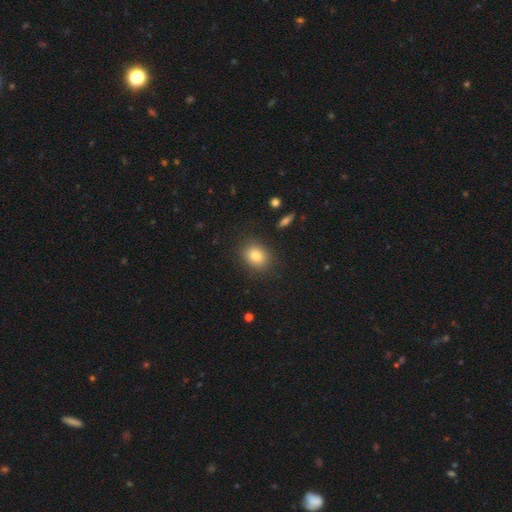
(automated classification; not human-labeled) Morphology: type=smooth (81%); roundness=round (55%); merging=none (86%).